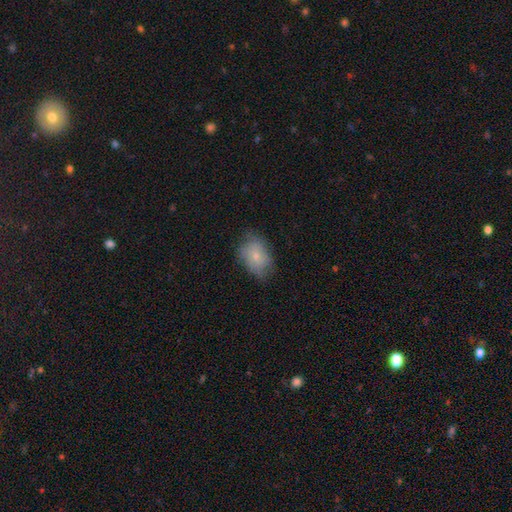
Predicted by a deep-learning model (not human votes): Morphology: type=smooth (70%); roundness=in between (76%); merging=none (66%).